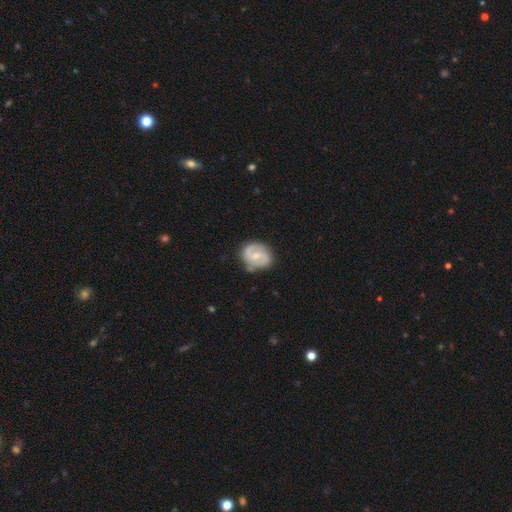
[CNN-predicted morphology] Smooth or featured? featured or disk (69%)
Edge-on disk? no (98%)
Bar? weak (49%)
Spiral arms? yes (90%)
Spiral winding? medium (48%)
Spiral arm count? 2 (84%)
Bulge size? small (47%)
Merging? none (74%)